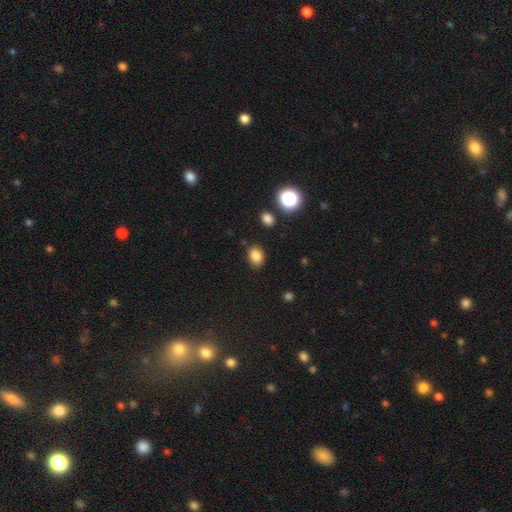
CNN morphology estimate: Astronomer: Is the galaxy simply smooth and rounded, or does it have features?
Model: smooth — 84%.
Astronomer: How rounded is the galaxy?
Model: in between — 62% (runner-up: round, 37%).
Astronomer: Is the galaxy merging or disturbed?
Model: none — 83%.